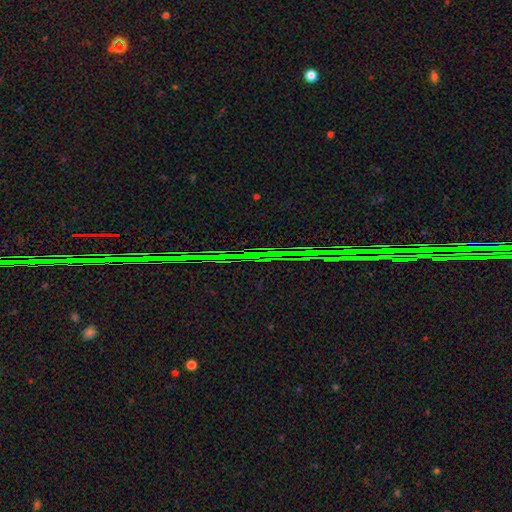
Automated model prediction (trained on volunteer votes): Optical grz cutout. It shows a star or artifact, not a galaxy (80%).